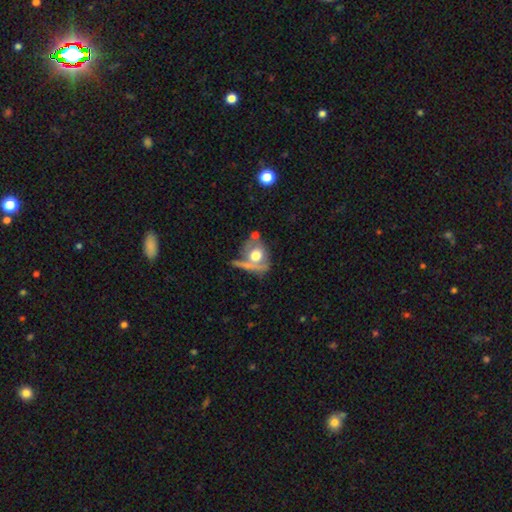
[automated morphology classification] This appears to be a smooth galaxy with no disk features (53%) that is round (54%). Merging: none (38%).